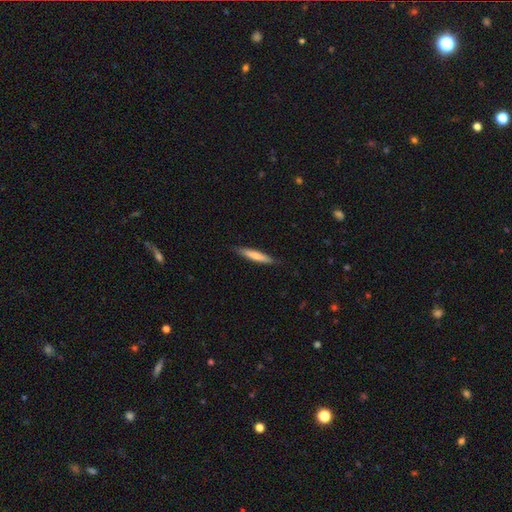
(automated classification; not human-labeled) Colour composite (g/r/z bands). It shows a smooth galaxy with no disk features (67%) that is cigar-shaped (91%). Merging: none (87%).